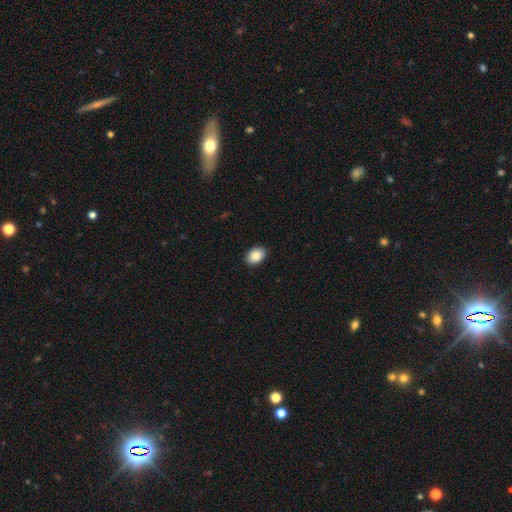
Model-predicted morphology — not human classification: Overall: smooth (86%). How rounded: in between (82%). Merging: none (91%).